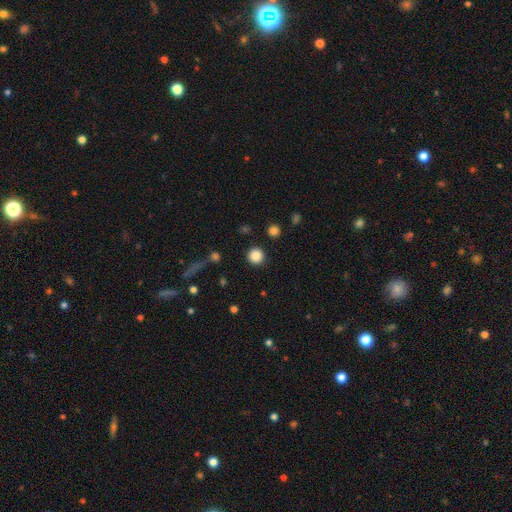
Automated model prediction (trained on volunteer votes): The model was most divided on "smooth or featured": smooth: 85%, star or artifact: 10%, featured or disk: 4%. More confident: how rounded — round (95%); merging — none (90%).